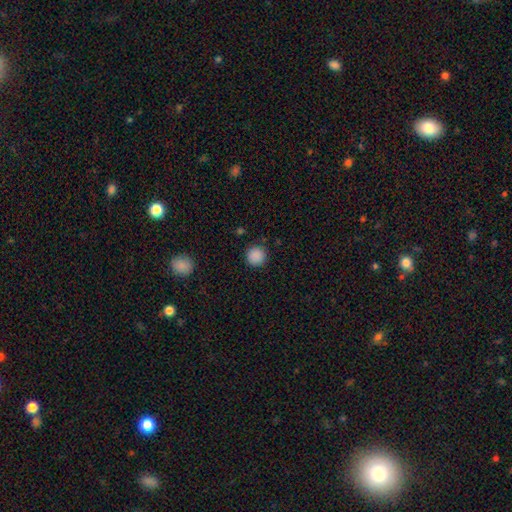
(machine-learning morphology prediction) type=smooth (88%); roundness=round (94%); merging=none (90%).